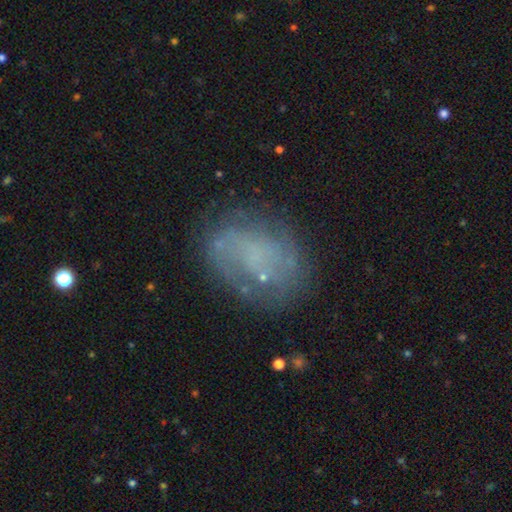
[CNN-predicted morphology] featured or disk 57%, smooth 31%, star or artifact 12%. Down the decision tree: edge-on disk — no (97%); bar — no (78%); spiral arms — yes (61%); bulge size — none (65%); merging — none (68%).